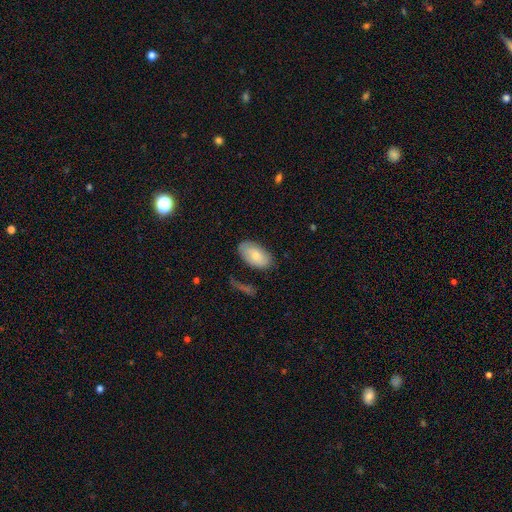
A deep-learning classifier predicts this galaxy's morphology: smooth_or_featured: smooth (p=0.77) [alt: featured or disk p=0.17]
how_rounded: in between (p=0.94) [alt: round p=0.04]
merging: none (p=0.72) [alt: minor disturbance p=0.19]